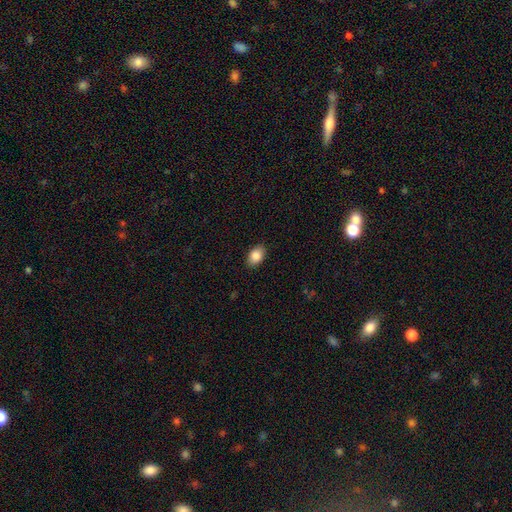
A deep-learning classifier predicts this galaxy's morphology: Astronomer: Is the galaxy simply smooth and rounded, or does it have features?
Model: smooth — 88%.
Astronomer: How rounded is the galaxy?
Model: in between — 87%.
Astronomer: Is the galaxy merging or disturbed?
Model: none — 88%.